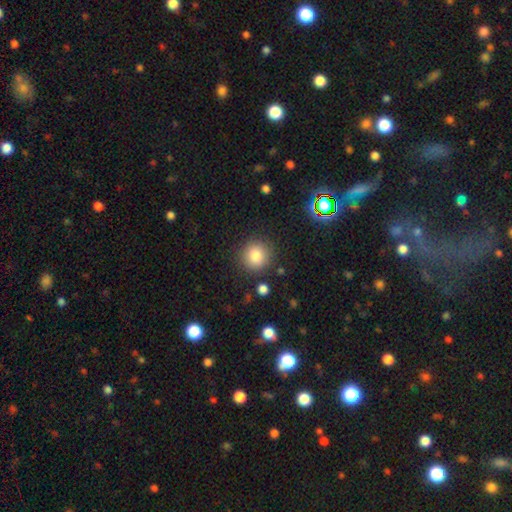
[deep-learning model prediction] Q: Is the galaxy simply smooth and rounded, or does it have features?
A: smooth — 82%.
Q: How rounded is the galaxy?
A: round — 92%.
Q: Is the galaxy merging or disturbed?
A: none — 88%.